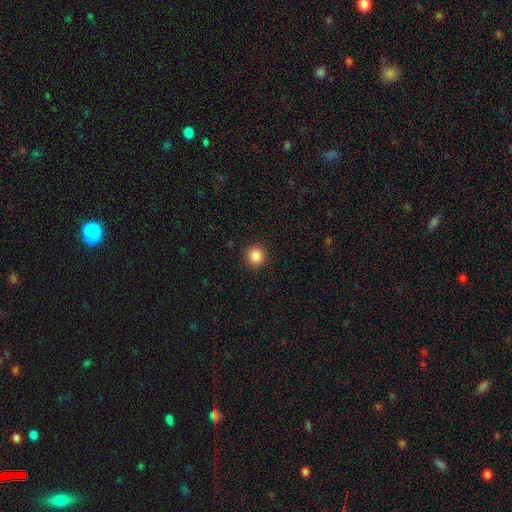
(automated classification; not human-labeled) This appears to be a smooth galaxy with no disk features (87%) that is round (91%). Merging: none (91%).